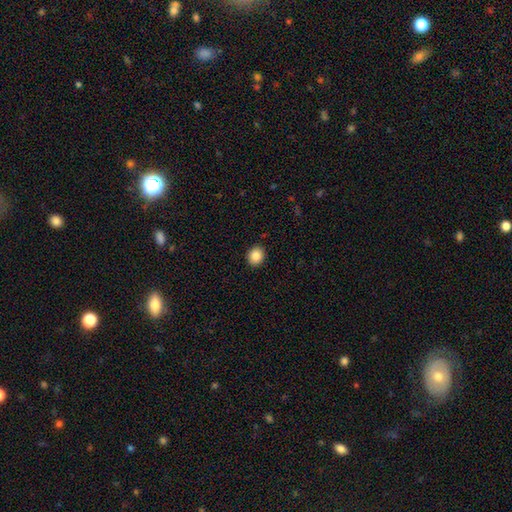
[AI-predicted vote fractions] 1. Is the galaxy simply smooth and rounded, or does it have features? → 86% smooth, 9% star or artifact, 5% featured or disk.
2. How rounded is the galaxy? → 69% round, 31% in between, 1% cigar-shaped.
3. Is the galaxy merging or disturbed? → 91% none, 6% minor disturbance, 2% major disturbance, 1% merger.